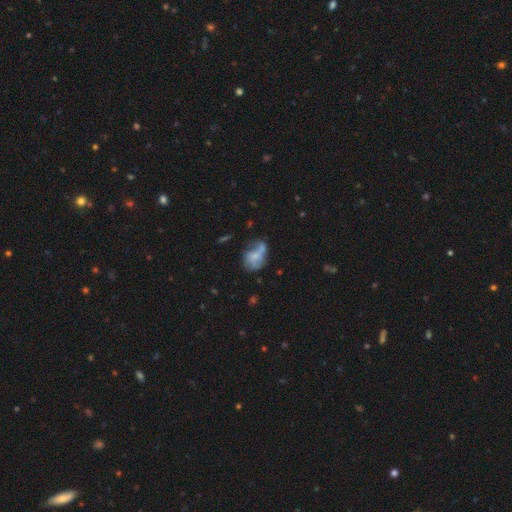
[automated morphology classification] Smooth or featured? featured or disk (47%)
Merging? none (32%)